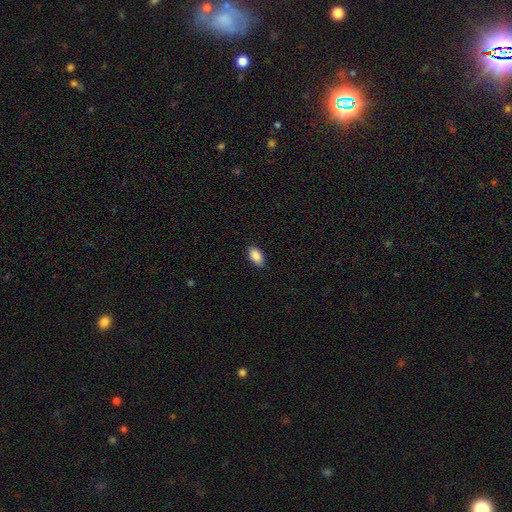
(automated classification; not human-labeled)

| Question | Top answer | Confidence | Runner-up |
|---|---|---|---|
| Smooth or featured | smooth | 89% | star or artifact (7%) |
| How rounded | in between | 93% | round (4%) |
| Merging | none | 86% | minor disturbance (11%) |